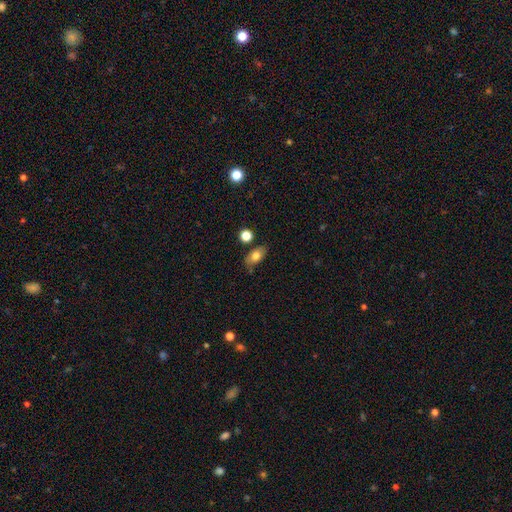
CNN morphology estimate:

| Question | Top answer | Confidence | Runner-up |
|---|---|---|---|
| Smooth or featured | smooth | 75% | featured or disk (15%) |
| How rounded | in between | 85% | round (11%) |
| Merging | none | 72% | minor disturbance (17%) |